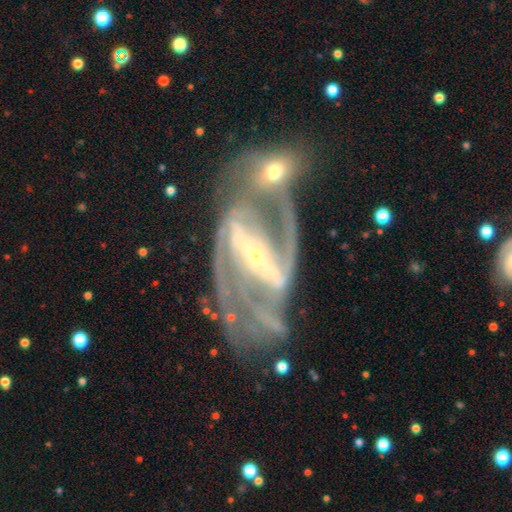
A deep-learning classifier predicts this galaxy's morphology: type=featured or disk (91%); edge-on=no (96%); bar=strong (74%); spiral arms=yes (96%); winding=medium (51%); arm count=2 (75%); bulge=small (82%); merging=merger (35%).